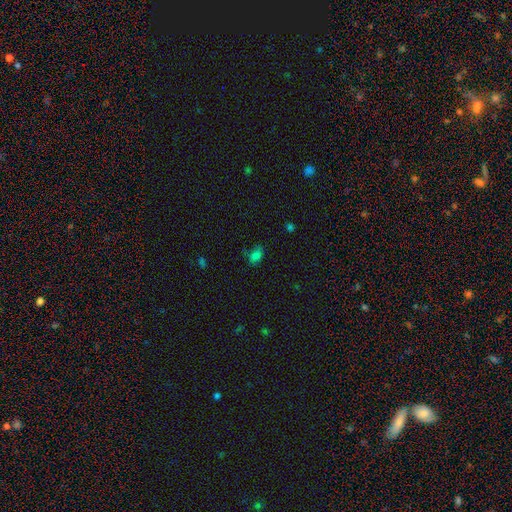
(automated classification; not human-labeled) Morphology: type=smooth (75%); roundness=in between (84%); merging=none (67%).